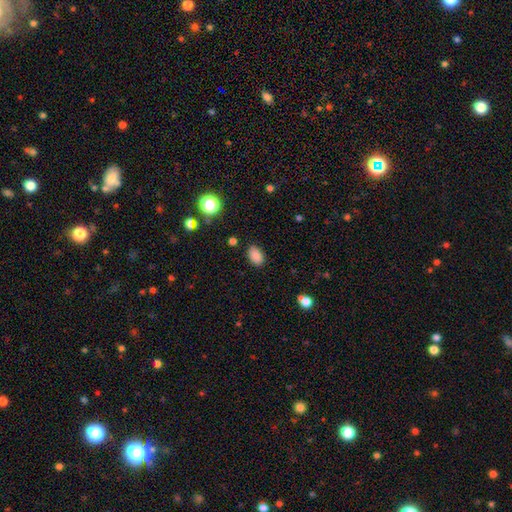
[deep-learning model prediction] Morphology: type=smooth (85%); roundness=in between (87%); merging=none (86%).